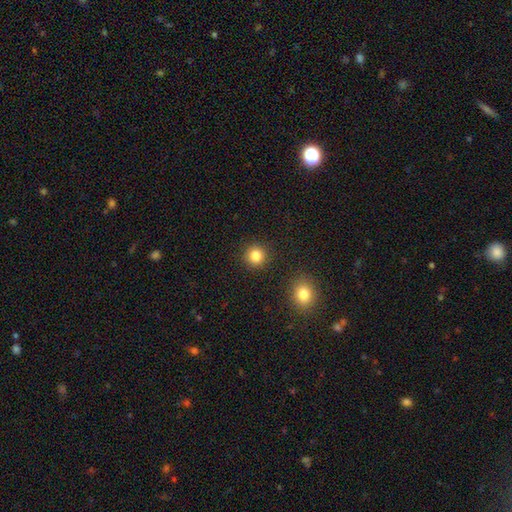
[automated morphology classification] Smooth or featured?
  - smooth: 83% *
  - star or artifact: 12%
  - featured or disk: 5%
How rounded?
  - round: 94% *
  - in between: 5%
  - cigar-shaped: 1%
Merging?
  - none: 91% *
  - minor disturbance: 5%
  - major disturbance: 2%
  - merger: 2%